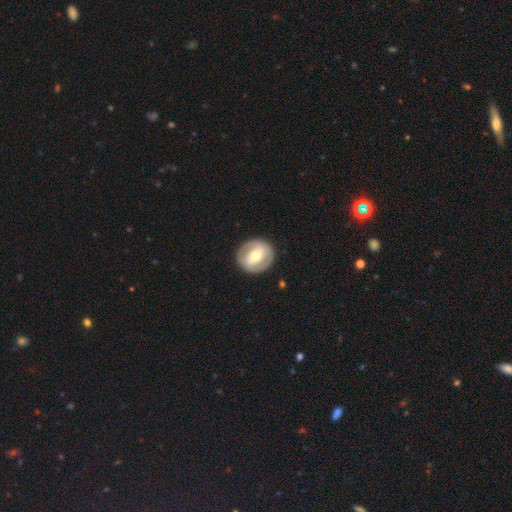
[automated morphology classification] type=featured or disk (62%); edge-on=no (95%); bar=strong (47%); spiral arms=no (56%); bulge=moderate (71%); merging=none (88%).